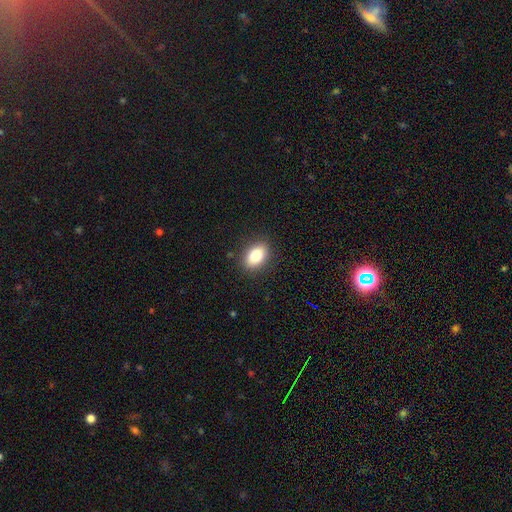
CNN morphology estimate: Smooth or featured: smooth — 82% (featured or disk — 10%)
How rounded: in between — 84% (round — 14%)
Merging: none — 88% (minor disturbance — 8%)